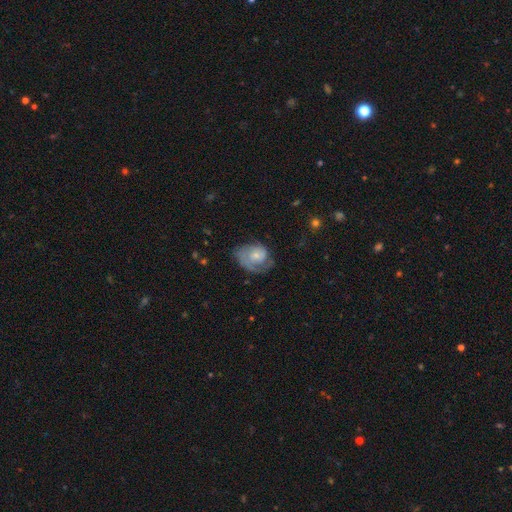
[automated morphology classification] Smooth or featured?
  - featured or disk: 66% *
  - smooth: 27%
  - star or artifact: 7%
Edge-on disk?
  - no: 97% *
  - yes: 3%
Bar?
  - no: 72% *
  - weak: 24%
  - strong: 3%
Spiral arms?
  - yes: 88% *
  - no: 12%
Spiral winding?
  - tight: 47% *
  - medium: 36%
  - loose: 17%
Spiral arm count?
  - 1: 37% *
  - 2: 33%
  - can't tell: 20%
  - 3: 6%
  - 4: 2%
  - more than 4: 2%
Bulge size?
  - small: 57% *
  - moderate: 30%
  - none: 8%
  - large: 4%
  - dominant: 1%
Merging?
  - none: 49% *
  - minor disturbance: 26%
  - major disturbance: 23%
  - merger: 2%